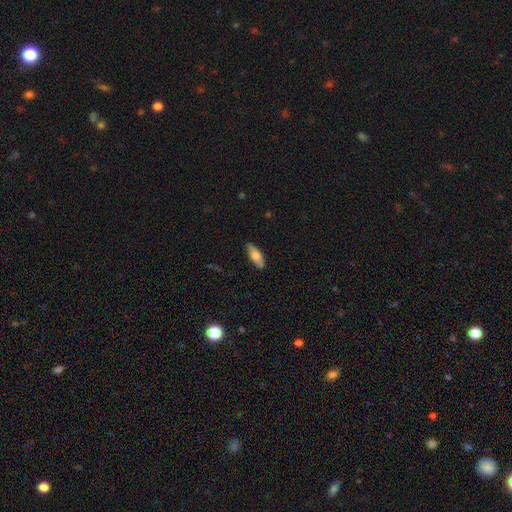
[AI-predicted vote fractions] smooth 74%, featured or disk 21%, star or artifact 6%. Down the decision tree: how rounded — in between (65%); merging — none (86%).